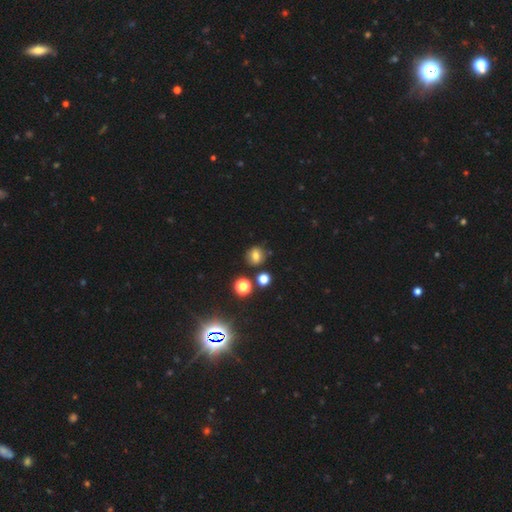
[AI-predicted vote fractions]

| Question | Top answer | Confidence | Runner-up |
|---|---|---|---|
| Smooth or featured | smooth | 70% | star or artifact (18%) |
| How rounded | round | 77% | in between (22%) |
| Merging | none | 79% | minor disturbance (11%) |